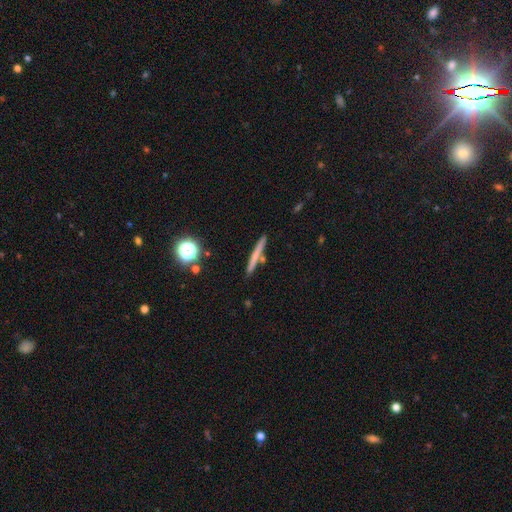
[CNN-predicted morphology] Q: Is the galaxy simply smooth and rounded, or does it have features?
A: smooth — 57%.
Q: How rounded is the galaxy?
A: cigar-shaped — 95%.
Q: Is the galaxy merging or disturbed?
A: none — 86%.